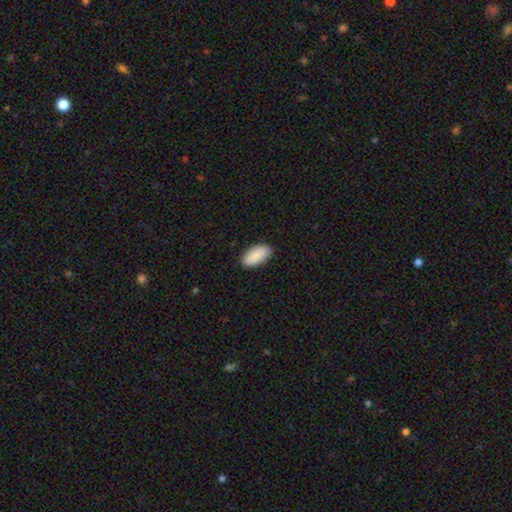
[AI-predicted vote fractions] Overall: smooth (89%). How rounded: in between (94%). Merging: none (87%).